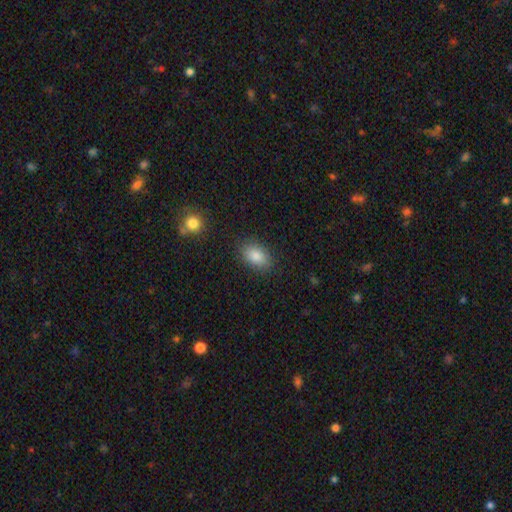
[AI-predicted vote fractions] Smooth or featured? Predicted: smooth (p=0.85). How rounded? Predicted: in between (p=0.86). Merging? Predicted: none (p=0.86).